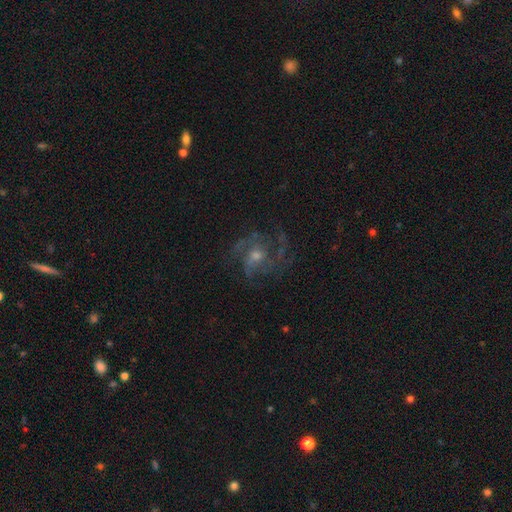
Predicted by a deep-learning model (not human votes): The model was most divided on "bulge size": moderate: 50%, small: 42%, large: 4%, none: 4%, dominant: 1%. Remaining: edge-on disk — no (97%); spiral arms — yes (94%); smooth or featured — featured or disk (81%); merging — none (67%); bar — no (66%); spiral winding — medium (54%); spiral arm count — 3 (38%).